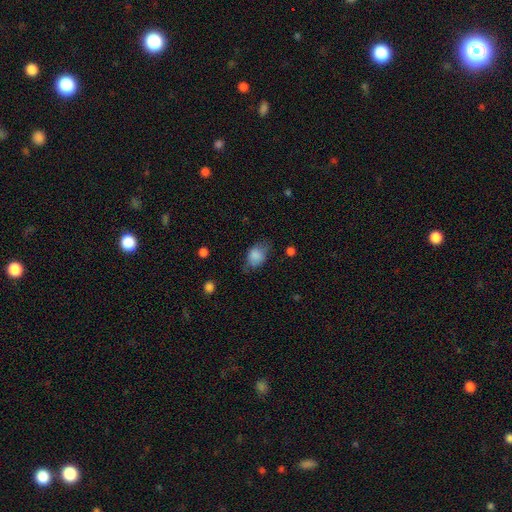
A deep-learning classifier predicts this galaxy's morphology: Overall: smooth (81%). How rounded: in between (68%; round 31%). Merging: none (56%; minor disturbance 30%).